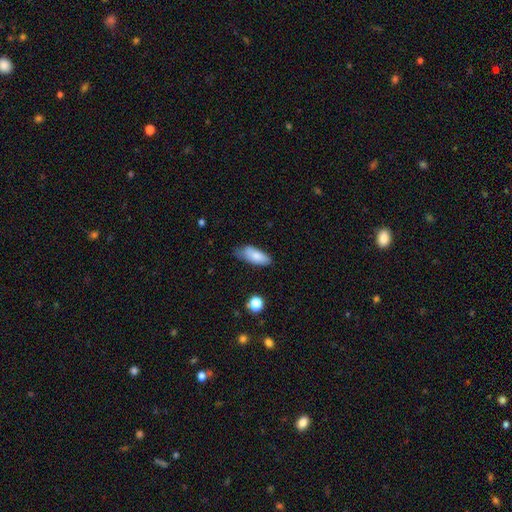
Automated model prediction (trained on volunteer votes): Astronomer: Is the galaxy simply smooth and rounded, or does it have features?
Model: smooth — 83%.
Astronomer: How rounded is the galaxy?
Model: in between — 79%.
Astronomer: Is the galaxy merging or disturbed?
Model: none — 58%.